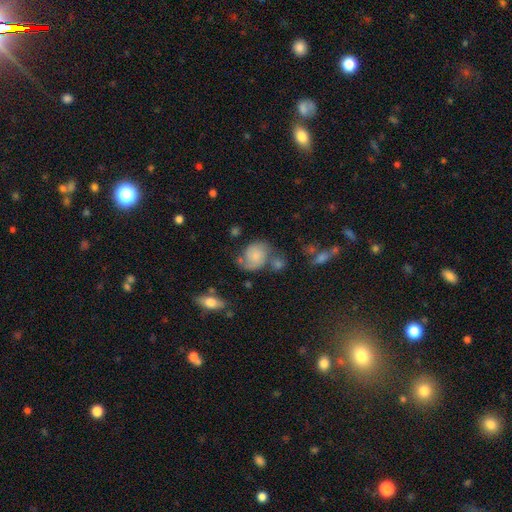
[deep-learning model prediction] Smooth or featured? Predicted: featured or disk (p=0.54). Edge-on disk? Predicted: no (p=0.97). Bar? Predicted: no (p=0.72). Spiral arms? Predicted: yes (p=0.88). Bulge size? Predicted: small (p=0.35). Merging? Predicted: none (p=0.46).